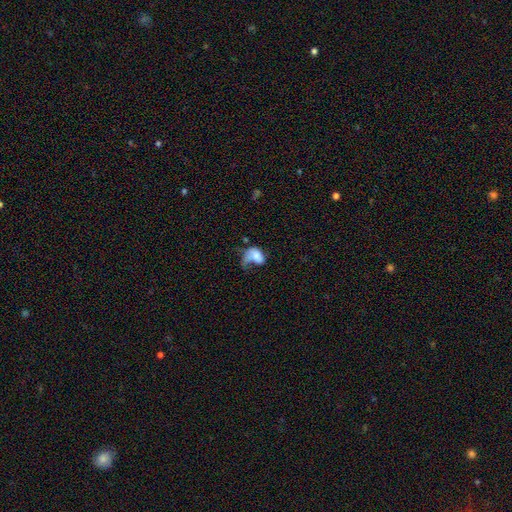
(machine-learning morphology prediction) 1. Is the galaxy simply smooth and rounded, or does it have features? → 61% smooth, 29% featured or disk, 9% star or artifact.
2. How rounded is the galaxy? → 82% in between, 16% round, 2% cigar-shaped.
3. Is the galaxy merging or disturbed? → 51% major disturbance, 19% minor disturbance, 18% none, 13% merger.